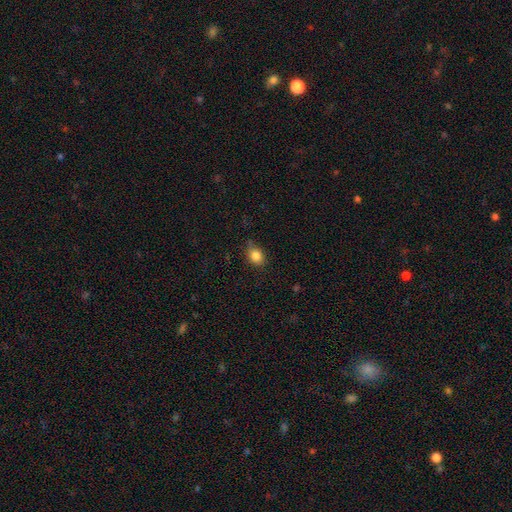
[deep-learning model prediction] smooth 85%, star or artifact 10%, featured or disk 5%. Down the decision tree: how rounded — in between (51%); merging — none (71%).